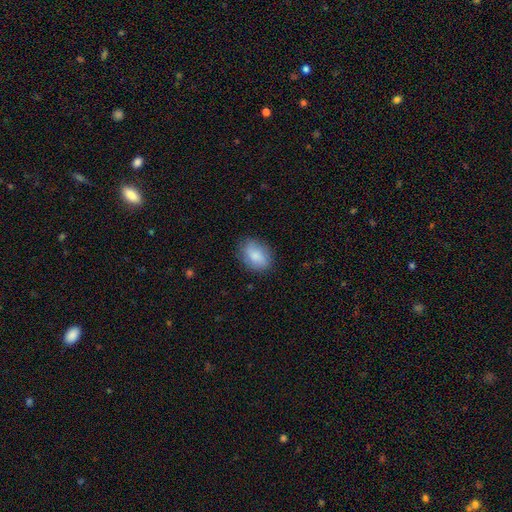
Morphology: type=smooth (89%); roundness=in between (79%); merging=none (82%).